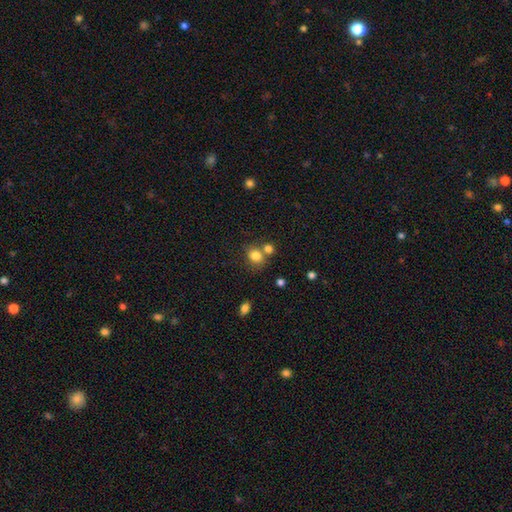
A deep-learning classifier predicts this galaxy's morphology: This appears to be a smooth galaxy with no disk features (81%) that is round (69%). Merging: none (57%).